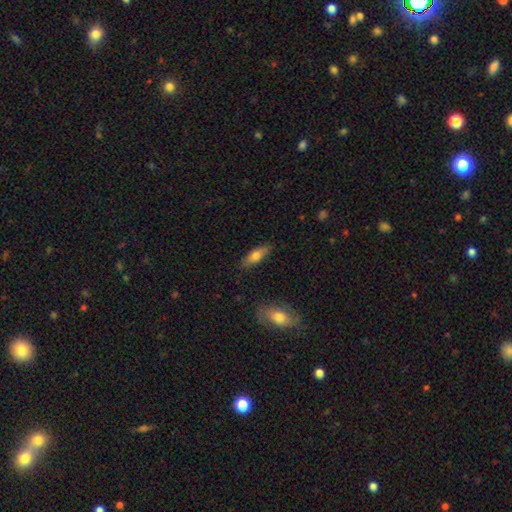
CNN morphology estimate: This appears to be a smooth galaxy with no disk features (66%) that is in between round and cigar-shaped (54%). Merging: none (86%).